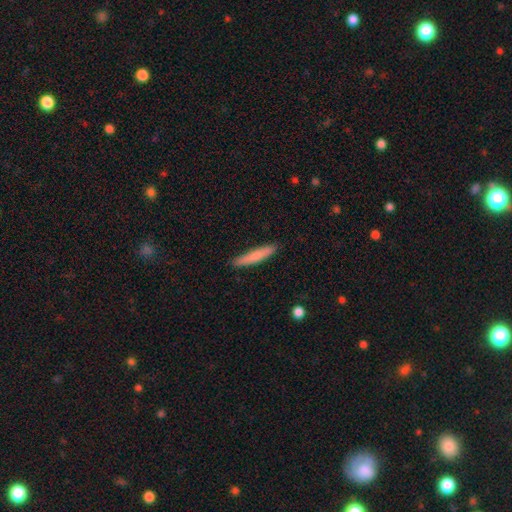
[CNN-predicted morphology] This is likely a smooth galaxy (76%). How rounded: clearly cigar-shaped (92%). Merging: clearly none (89%).